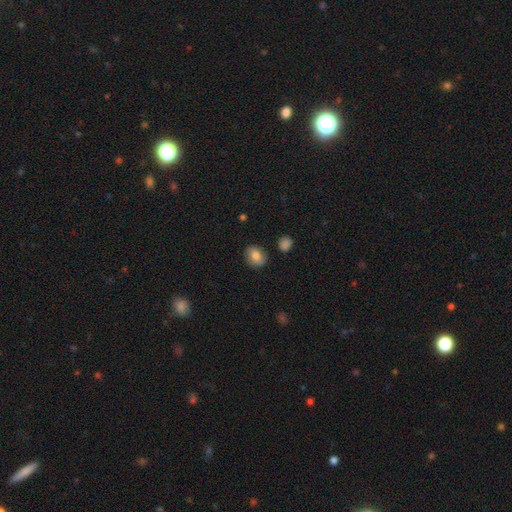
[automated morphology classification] smooth-or-featured: smooth: 78% | featured or disk: 14% | star or artifact: 8%
  how-rounded: in between: 52% | round: 47% | cigar-shaped: 1%
  merging: none: 83% | minor disturbance: 12% | major disturbance: 3% | merger: 2%